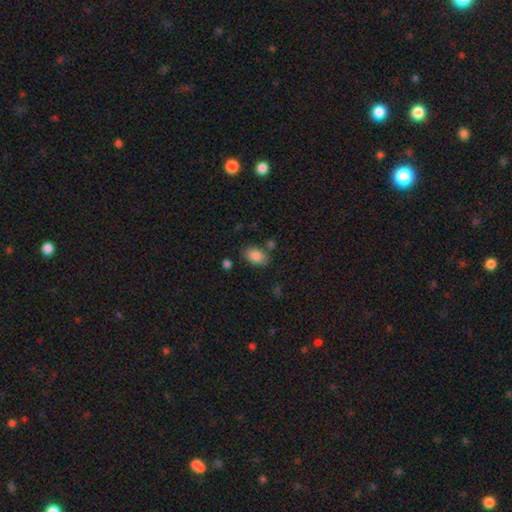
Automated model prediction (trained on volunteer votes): The model was most divided on "merging": none: 75%, minor disturbance: 14%, merger: 7%, major disturbance: 4%. More confident: how rounded — in between (89%); smooth or featured — smooth (85%).